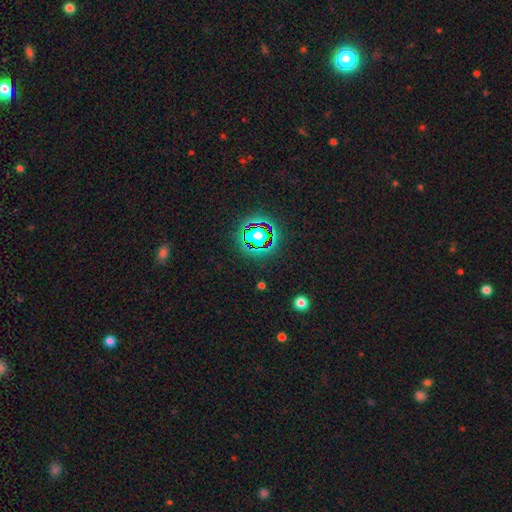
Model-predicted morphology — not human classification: type=star or artifact (74%).